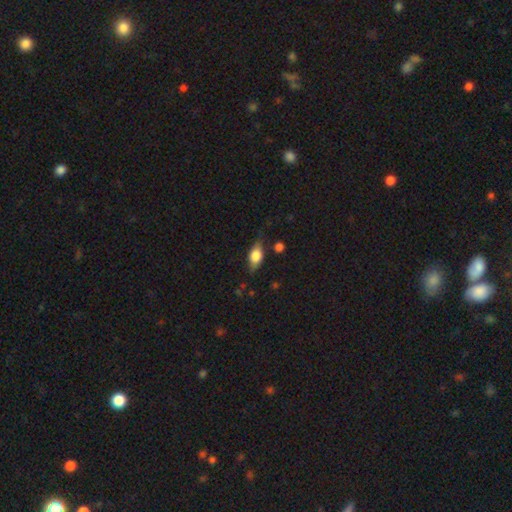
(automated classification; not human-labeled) Q: Smooth or featured?
A: smooth (67%); runner-up: featured or disk (26%)
Q: How rounded?
A: in between (81%); runner-up: cigar-shaped (10%)
Q: Merging?
A: none (70%); runner-up: minor disturbance (22%)